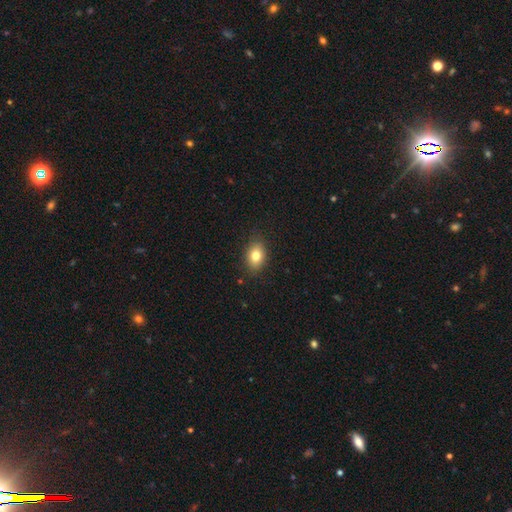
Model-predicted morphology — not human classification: Overall: smooth (79%). How rounded: in between (75%). Merging: none (86%).